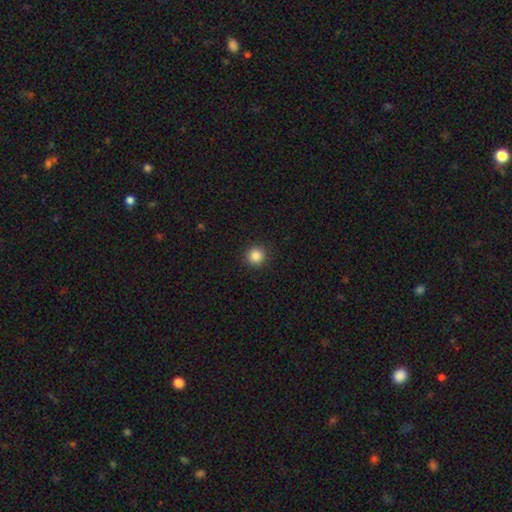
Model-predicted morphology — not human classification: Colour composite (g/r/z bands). It shows a smooth galaxy with no disk features (87%) that is round (95%). Merging: none (92%).